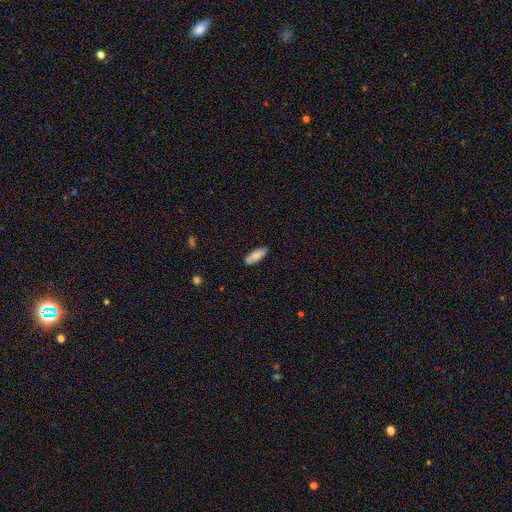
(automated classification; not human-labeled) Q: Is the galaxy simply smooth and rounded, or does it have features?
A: smooth — 81%.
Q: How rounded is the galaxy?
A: in between — 69%.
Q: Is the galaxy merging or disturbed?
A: none — 83%.